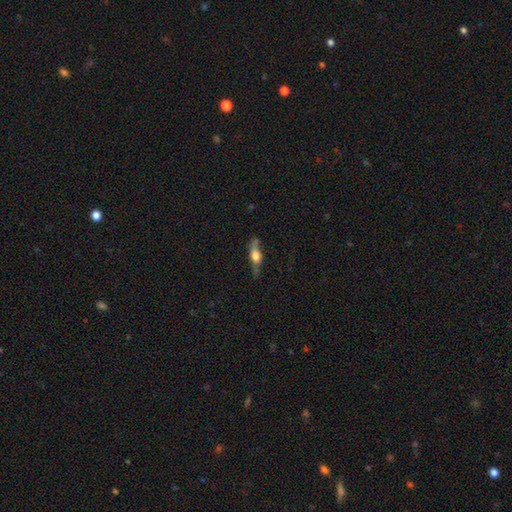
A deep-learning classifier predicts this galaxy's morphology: Overall: featured or disk (56%; smooth 38%). Edge-on disk: yes (87%). Merging: none (70%).